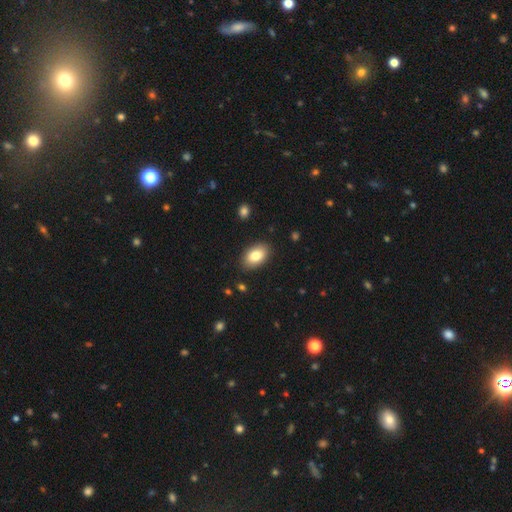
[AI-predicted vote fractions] Q: Smooth or featured?
A: smooth (83%); runner-up: featured or disk (10%)
Q: How rounded?
A: in between (92%); runner-up: round (7%)
Q: Merging?
A: none (88%); runner-up: minor disturbance (9%)